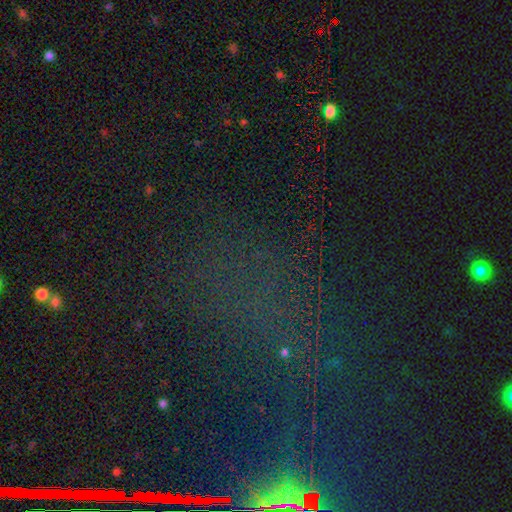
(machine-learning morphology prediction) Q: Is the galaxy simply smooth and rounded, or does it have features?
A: star or artifact — 70%.